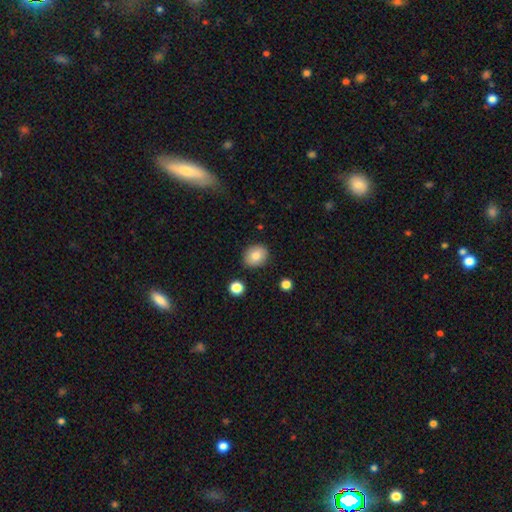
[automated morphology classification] Smooth or featured: smooth — 81% (featured or disk — 10%)
How rounded: round — 63% (in between — 36%)
Merging: none — 87% (minor disturbance — 9%)